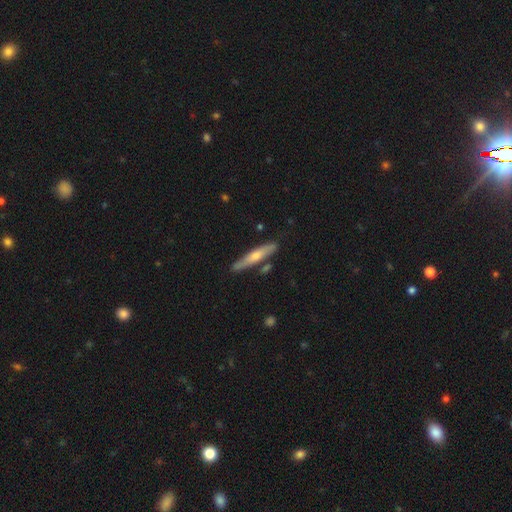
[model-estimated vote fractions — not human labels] Smooth or featured? Predicted: featured or disk (p=0.52). Edge-on disk? Predicted: yes (p=0.89). Merging? Predicted: none (p=0.81).